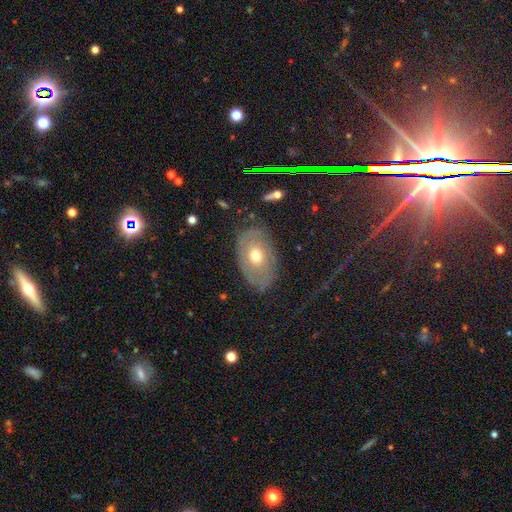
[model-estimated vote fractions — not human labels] Smooth or featured? featured or disk (56%)
Edge-on disk? no (91%)
Bar? no (86%)
Spiral arms? yes (51%)
Bulge size? moderate (69%)
Merging? none (75%)